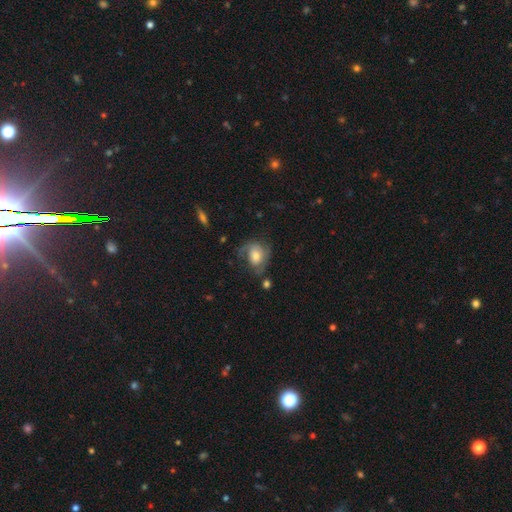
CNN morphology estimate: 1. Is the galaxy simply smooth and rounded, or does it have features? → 54% featured or disk, 38% smooth, 8% star or artifact.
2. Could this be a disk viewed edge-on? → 97% no, 3% yes.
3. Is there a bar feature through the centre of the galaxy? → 69% no, 26% weak, 5% strong.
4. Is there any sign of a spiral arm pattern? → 81% yes, 19% no.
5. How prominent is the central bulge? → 53% moderate, 22% large, 18% small, 4% none, 3% dominant.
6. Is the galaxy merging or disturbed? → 44% none, 27% major disturbance, 25% minor disturbance, 4% merger.